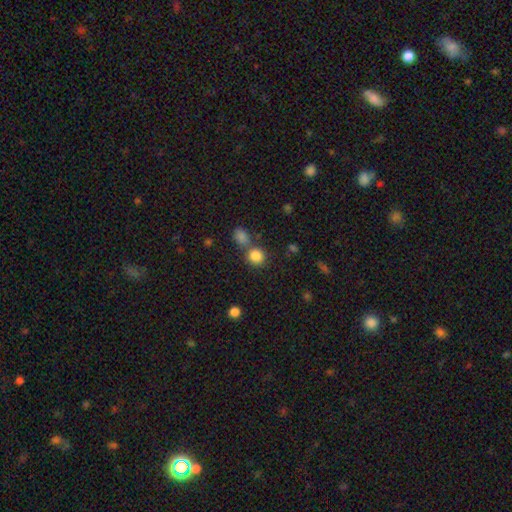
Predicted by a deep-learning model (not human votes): Smooth or featured?
  - smooth: 84% *
  - star or artifact: 11%
  - featured or disk: 5%
How rounded?
  - round: 84% *
  - in between: 15%
  - cigar-shaped: 1%
Merging?
  - none: 62% *
  - merger: 25%
  - minor disturbance: 9%
  - major disturbance: 4%